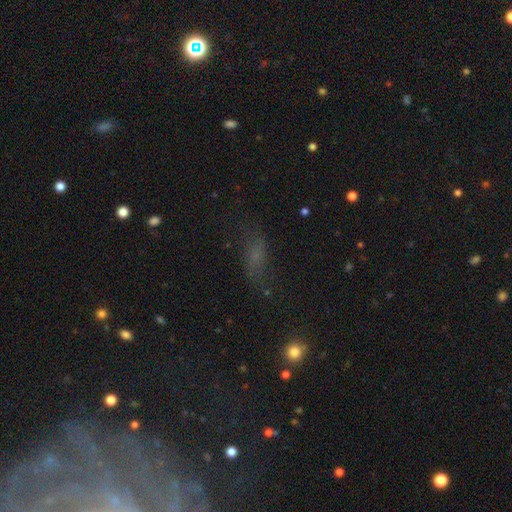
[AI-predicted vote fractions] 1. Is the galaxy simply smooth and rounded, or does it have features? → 52% smooth, 25% star or artifact, 22% featured or disk.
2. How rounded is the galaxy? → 62% in between, 30% cigar-shaped, 8% round.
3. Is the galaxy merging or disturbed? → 60% none, 21% minor disturbance, 15% major disturbance, 3% merger.